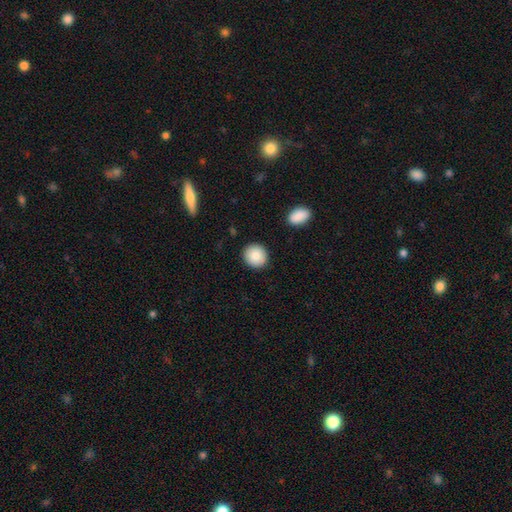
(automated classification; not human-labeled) smooth 85%, featured or disk 7%, star or artifact 7%. Down the decision tree: how rounded — round (89%); merging — none (91%).